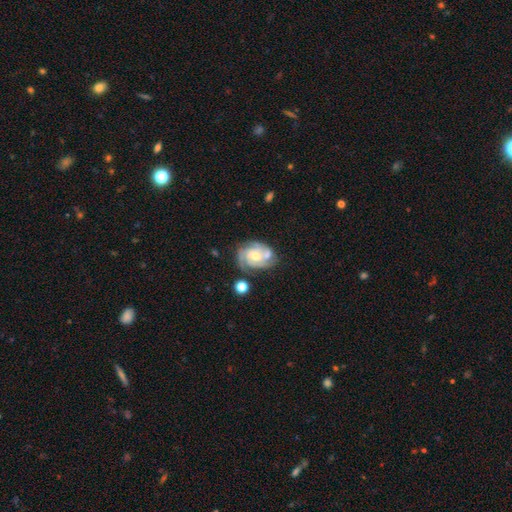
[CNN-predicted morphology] This appears to be a featured or disk galaxy (83%) with no bar (64%), 3 (45%) tight (60%) spiral arms (95%) and a moderate central bulge (57%). Merging: none (60%).